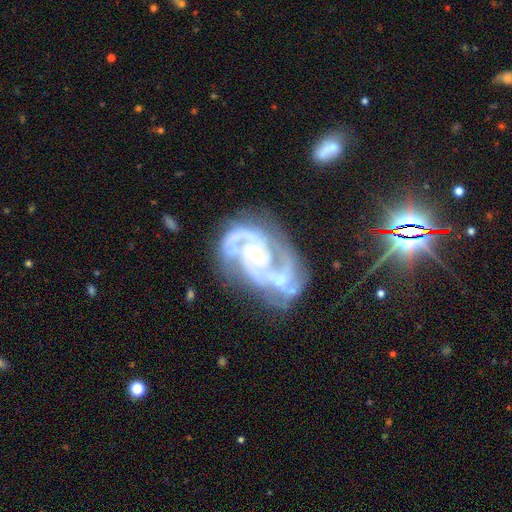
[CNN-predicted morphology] Q: Smooth or featured?
A: featured or disk (90%); runner-up: star or artifact (7%)
Q: Edge-on disk?
A: no (98%); runner-up: yes (2%)
Q: Bar?
A: no (63%); runner-up: weak (26%)
Q: Spiral arms?
A: yes (98%); runner-up: no (2%)
Q: Spiral winding?
A: tight (50%); runner-up: medium (43%)
Q: Spiral arm count?
A: 2 (52%); runner-up: 3 (26%)
Q: Bulge size?
A: small (72%); runner-up: moderate (22%)
Q: Merging?
A: none (41%); runner-up: merger (23%)